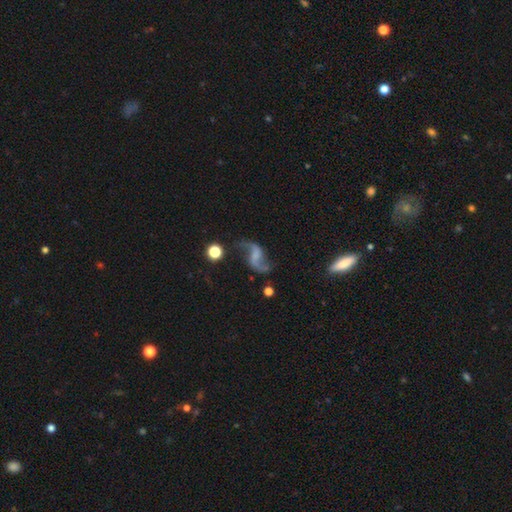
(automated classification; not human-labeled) The model was most divided on "bar": no: 42%, weak: 40%, strong: 17%. More confident: edge-on disk — no (98%); spiral arms — yes (95%); spiral arm count — 2 (93%); spiral winding — loose (88%); smooth or featured — featured or disk (84%); merging — none (71%); bulge size — none (69%).